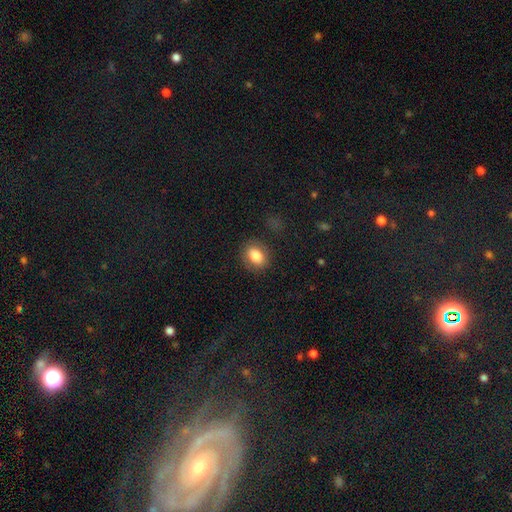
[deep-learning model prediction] The model was most divided on "how rounded": in between: 70%, round: 28%, cigar-shaped: 2%. More confident: merging — none (82%); smooth or featured — smooth (80%).